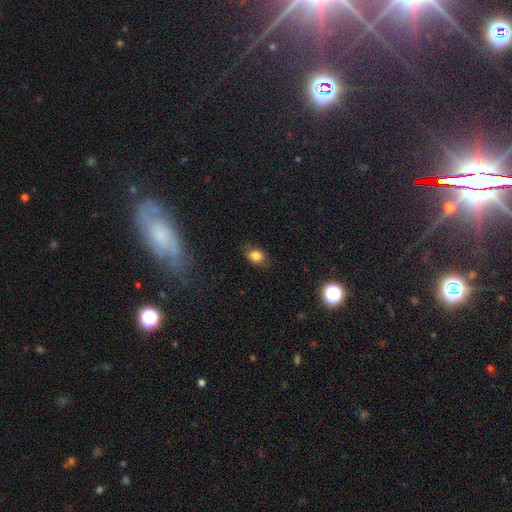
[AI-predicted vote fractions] Smooth or featured: smooth — 80% (star or artifact — 11%)
How rounded: in between — 73% (round — 25%)
Merging: none — 76% (minor disturbance — 18%)